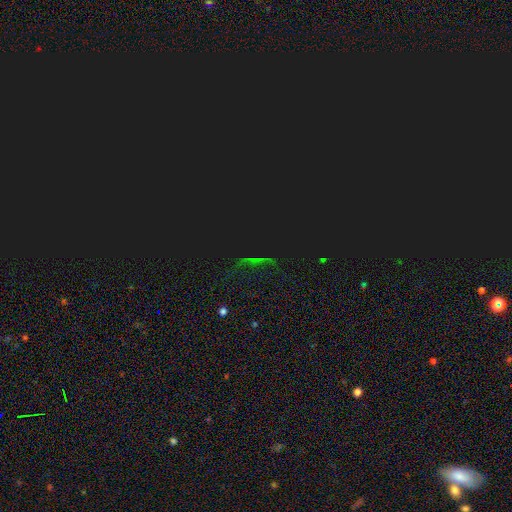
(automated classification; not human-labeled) Smooth or featured?
  - star or artifact: 80% *
  - smooth: 11%
  - featured or disk: 9%